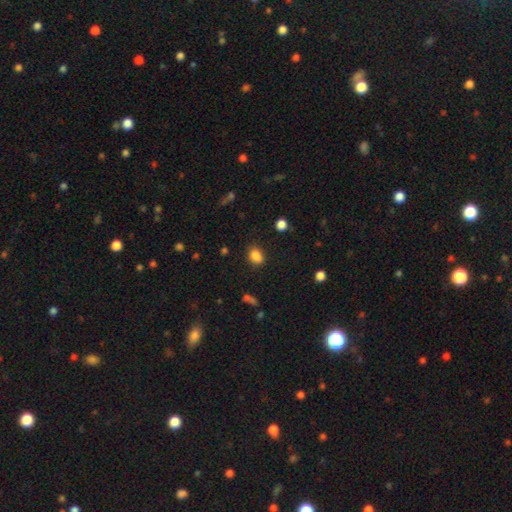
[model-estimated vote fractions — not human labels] A smooth galaxy with no disk features (85%) that is in between round and cigar-shaped (72%). Merging: none (79%).